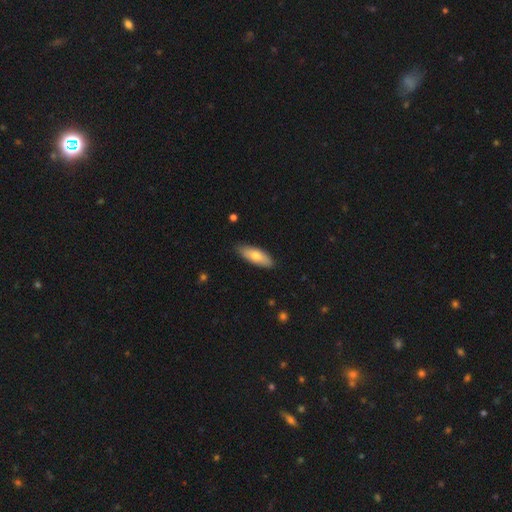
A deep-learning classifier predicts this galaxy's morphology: A smooth galaxy with no disk features (71%) that is in between round and cigar-shaped (69%).

Vote fractions:
- Smooth or featured? smooth: 71% / featured or disk: 23% / star or artifact: 5%
- How rounded? in between: 69% / cigar-shaped: 29% / round: 2%
- Merging? none: 85% / minor disturbance: 12% / major disturbance: 2% / merger: 1%